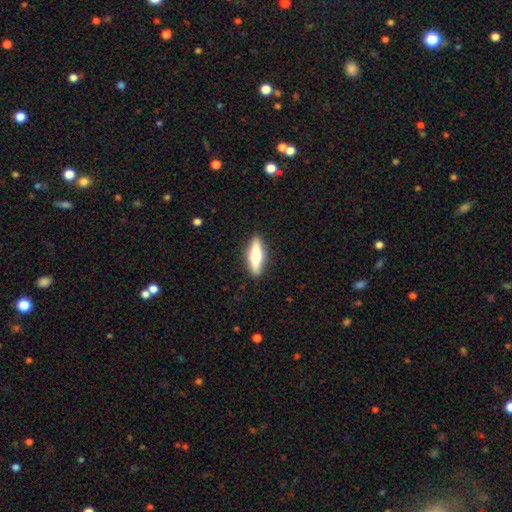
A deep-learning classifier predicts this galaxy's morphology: Smooth or featured? smooth (51%)
How rounded? cigar-shaped (65%)
Merging? none (89%)